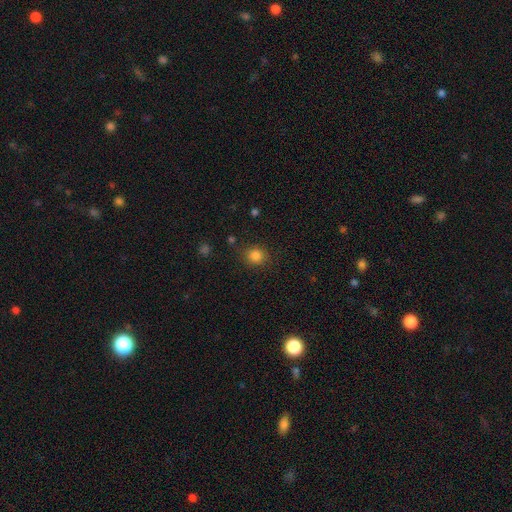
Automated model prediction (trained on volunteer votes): Overall: smooth (83%). How rounded: round (83%). Merging: none (84%).